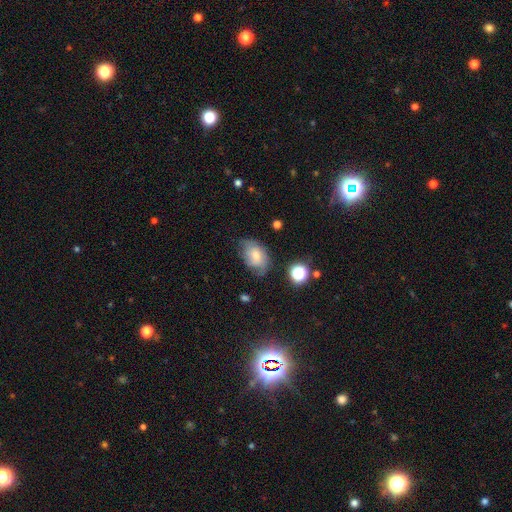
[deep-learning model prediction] Smooth or featured? Predicted: smooth (p=0.57). How rounded? Predicted: in between (p=0.82). Merging? Predicted: none (p=0.53).